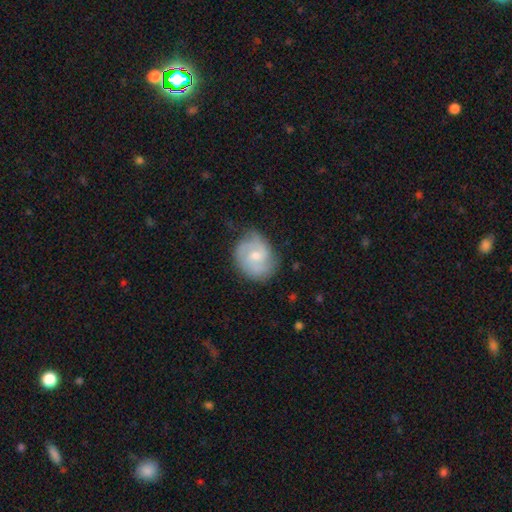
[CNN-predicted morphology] smooth_or_featured: featured or disk (p=0.67) [alt: smooth p=0.27]
disk_edge_on: no (p=0.98) [alt: yes p=0.02]
bar: no (p=0.54) [alt: weak p=0.40]
has_spiral_arms: yes (p=0.91) [alt: no p=0.09]
spiral_winding: tight (p=0.44) [alt: medium p=0.43]
spiral_arm_count: 2 (p=0.52) [alt: can't tell p=0.19]
bulge_size: moderate (p=0.52) [alt: small p=0.43]
merging: none (p=0.67) [alt: minor disturbance p=0.25]